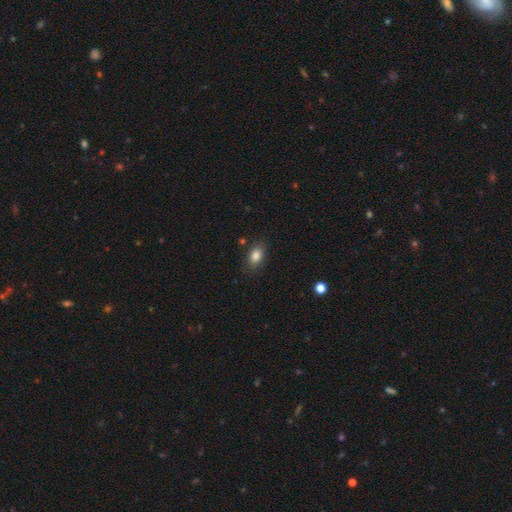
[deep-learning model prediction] Morphology: type=smooth (85%); roundness=in between (84%); merging=none (83%).